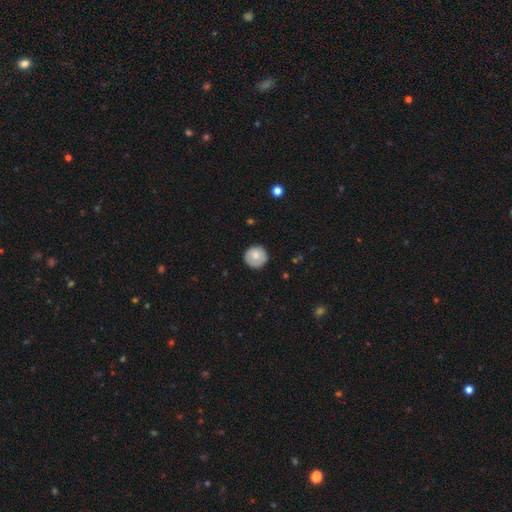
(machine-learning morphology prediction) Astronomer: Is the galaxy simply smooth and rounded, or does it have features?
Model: smooth — 73%.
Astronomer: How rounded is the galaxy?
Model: round — 93%.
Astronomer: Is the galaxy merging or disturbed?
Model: none — 83%.